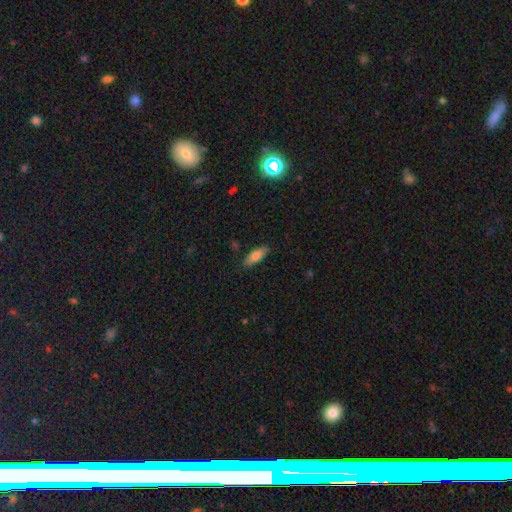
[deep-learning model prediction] Smooth or featured?
  - smooth: 79% *
  - featured or disk: 14%
  - star or artifact: 7%
How rounded?
  - in between: 66% *
  - cigar-shaped: 32%
  - round: 2%
Merging?
  - none: 83% *
  - minor disturbance: 13%
  - major disturbance: 3%
  - merger: 1%